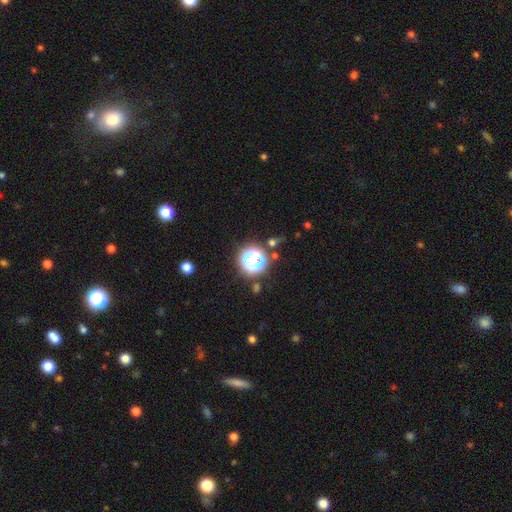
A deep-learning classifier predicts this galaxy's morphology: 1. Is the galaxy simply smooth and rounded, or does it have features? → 45% smooth, 42% star or artifact, 14% featured or disk.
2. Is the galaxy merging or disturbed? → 70% none, 13% minor disturbance, 9% merger, 8% major disturbance.